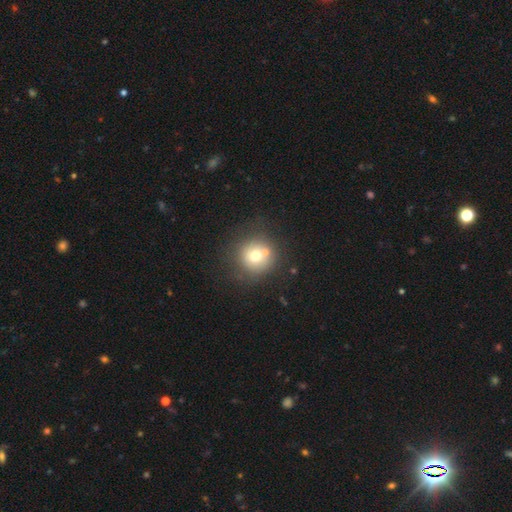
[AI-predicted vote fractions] Smooth or featured? smooth (69%)
How rounded? round (93%)
Merging? none (65%)